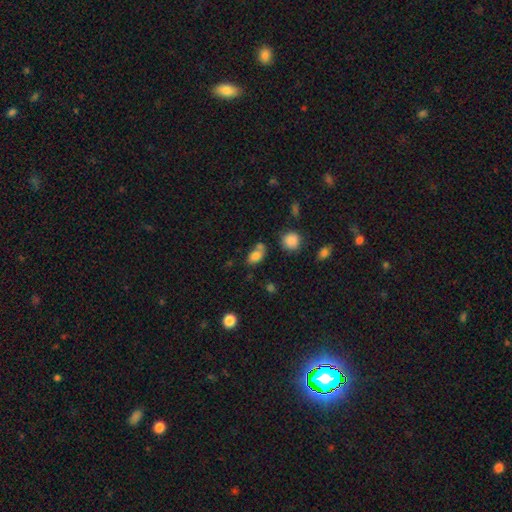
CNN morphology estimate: smooth 80%, star or artifact 11%, featured or disk 9%. Down the decision tree: how rounded — in between (82%); merging — none (47%).